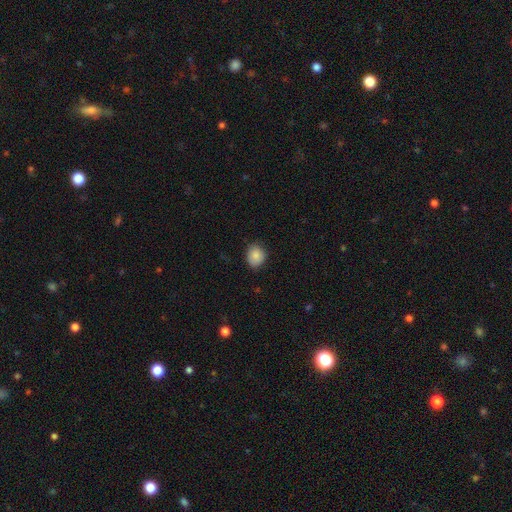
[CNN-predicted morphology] This is clearly a smooth galaxy (86%). How rounded: likely round (65%). Merging: likely none (78%).